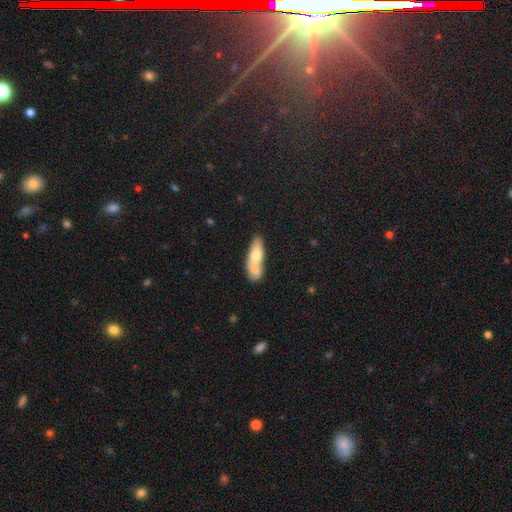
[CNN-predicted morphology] type=smooth (65%); roundness=in between (53%); merging=merger (49%).